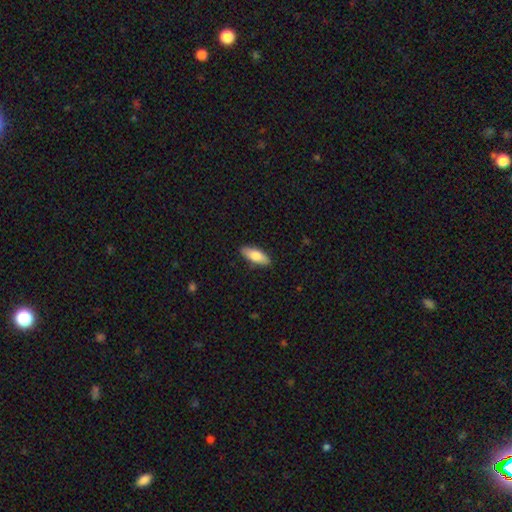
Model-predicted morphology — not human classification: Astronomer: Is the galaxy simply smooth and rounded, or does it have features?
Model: smooth — 77%.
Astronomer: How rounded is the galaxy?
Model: in between — 73%.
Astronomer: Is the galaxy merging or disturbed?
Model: none — 87%.